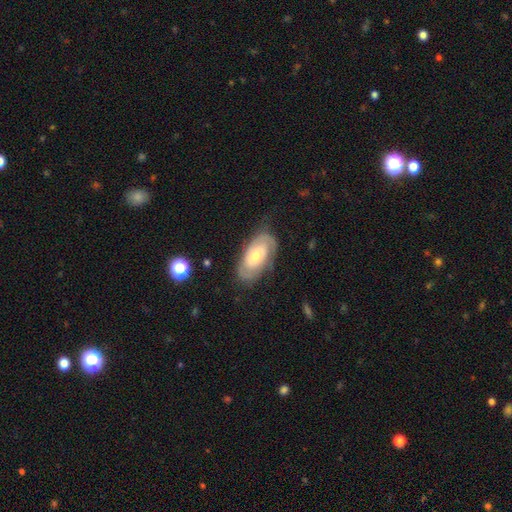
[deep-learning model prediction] A featured or disk galaxy (68%) with no bar (73%), 2 (55%) tight (62%) spiral arms (86%) and a moderate central bulge (50%).

Vote fractions:
- Smooth or featured? featured or disk: 68% / smooth: 26% / star or artifact: 6%
- Edge-on disk? no: 93% / yes: 7%
- Bar? no: 73% / weak: 22% / strong: 5%
- Spiral arms? yes: 86% / no: 14%
- Spiral winding? tight: 62% / medium: 29% / loose: 10%
- Spiral arm count? 2: 55% / can't tell: 30% / 1: 7% / 3: 5% / 4: 2% / more than 4: 2%
- Bulge size? moderate: 50% / small: 41% / large: 6% / none: 2% / dominant: 1%
- Merging? none: 71% / minor disturbance: 19% / major disturbance: 8% / merger: 1%